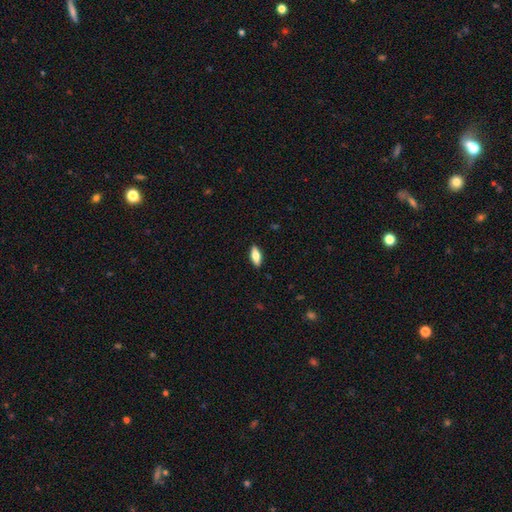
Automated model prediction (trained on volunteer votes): Q: Smooth or featured?
A: smooth (70%); runner-up: featured or disk (24%)
Q: How rounded?
A: in between (74%); runner-up: cigar-shaped (23%)
Q: Merging?
A: none (89%); runner-up: minor disturbance (8%)